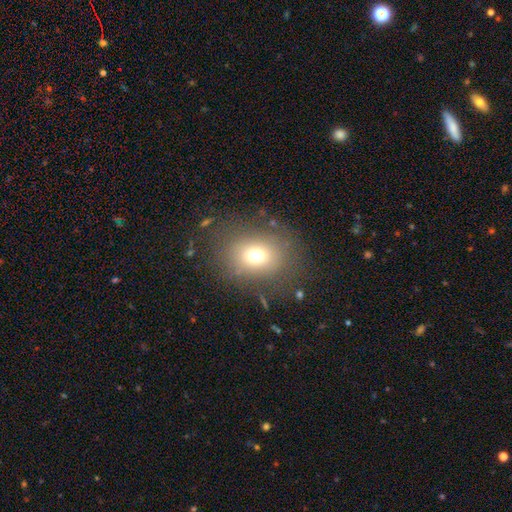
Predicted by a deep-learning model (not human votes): smooth-or-featured: smooth: 70% | star or artifact: 17% | featured or disk: 13%
  how-rounded: round: 59% | in between: 40% | cigar-shaped: 1%
  merging: none: 79% | minor disturbance: 11% | major disturbance: 8% | merger: 2%